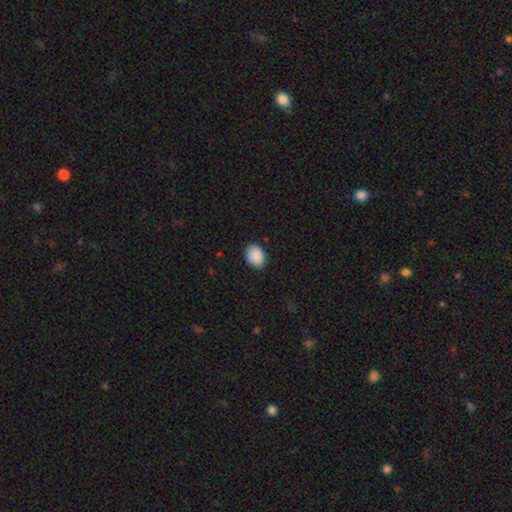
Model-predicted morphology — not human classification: smooth_or_featured: smooth (p=0.90) [alt: star or artifact p=0.07]
how_rounded: in between (p=0.70) [alt: round p=0.29]
merging: none (p=0.87) [alt: minor disturbance p=0.10]